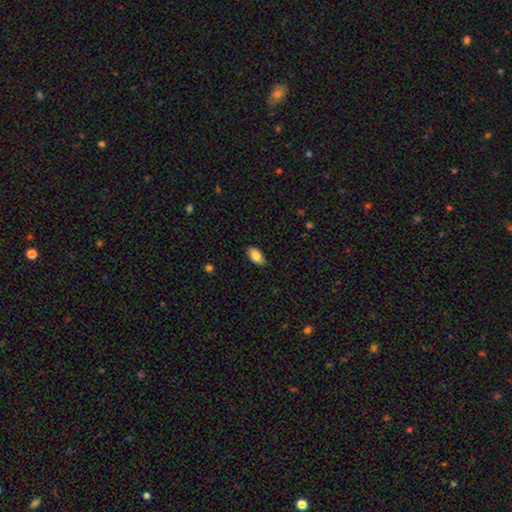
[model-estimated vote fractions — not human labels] This appears to be a smooth galaxy with no disk features (83%) that is in between round and cigar-shaped (92%). Merging: none (84%).